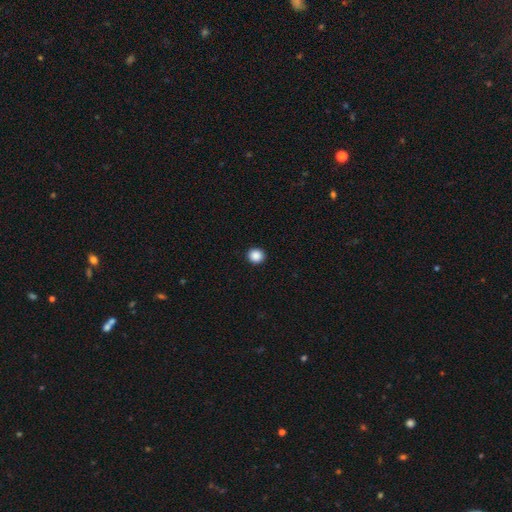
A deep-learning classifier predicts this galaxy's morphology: Overall: smooth (88%). How rounded: round (91%). Merging: none (93%).